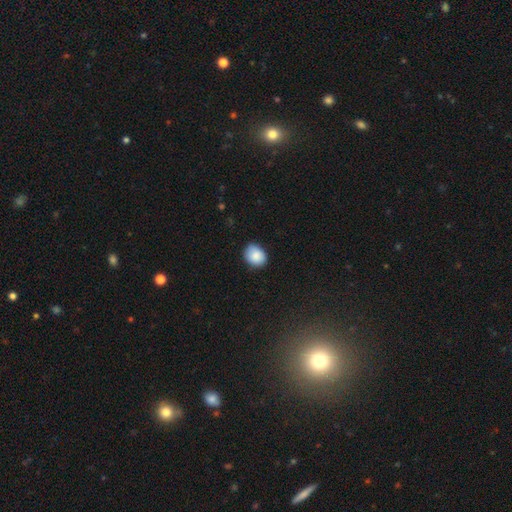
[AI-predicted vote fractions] Smooth or featured: smooth — 88% (star or artifact — 8%)
How rounded: round — 51% (in between — 48%)
Merging: none — 77% (minor disturbance — 19%)